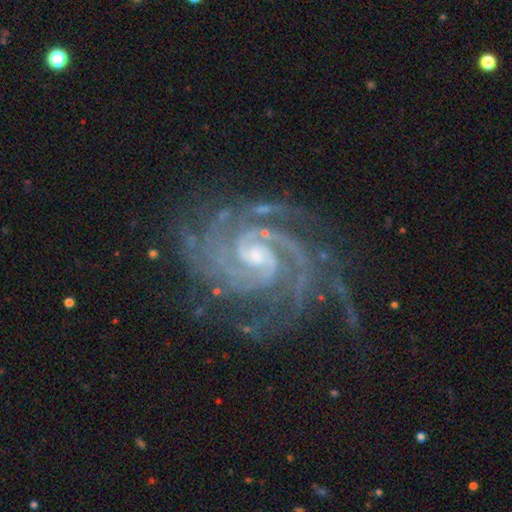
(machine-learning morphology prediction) Smooth or featured: featured or disk — 93% (star or artifact — 5%)
Edge-on disk: no — 98% (yes — 2%)
Bar: no — 53% (weak — 34%)
Spiral arms: yes — 99% (no — 1%)
Spiral winding: tight — 70% (medium — 27%)
Spiral arm count: 2 — 28% (3 — 24%)
Bulge size: small — 58% (moderate — 34%)
Merging: none — 70% (minor disturbance — 18%)